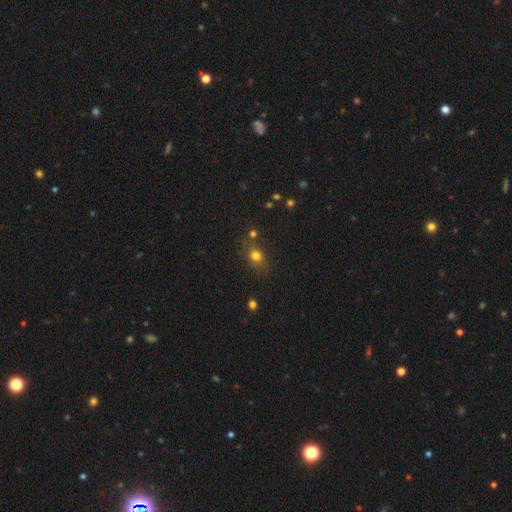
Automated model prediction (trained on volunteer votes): This is likely a smooth galaxy (74%). How rounded: possibly round (57%). Merging: likely none (71%).